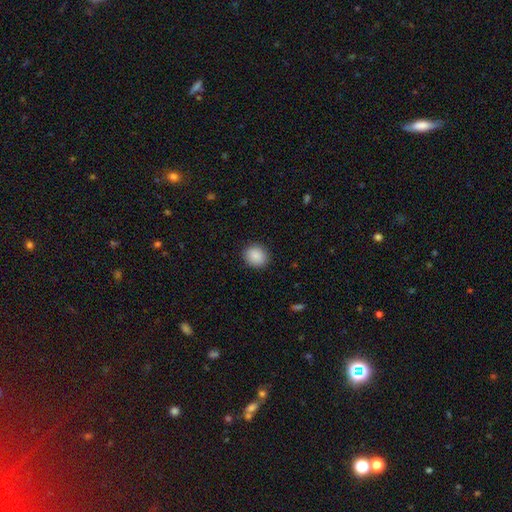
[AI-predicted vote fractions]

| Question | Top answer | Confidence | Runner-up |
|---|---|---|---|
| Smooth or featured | smooth | 89% | star or artifact (8%) |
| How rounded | round | 73% | in between (26%) |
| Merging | none | 90% | minor disturbance (7%) |